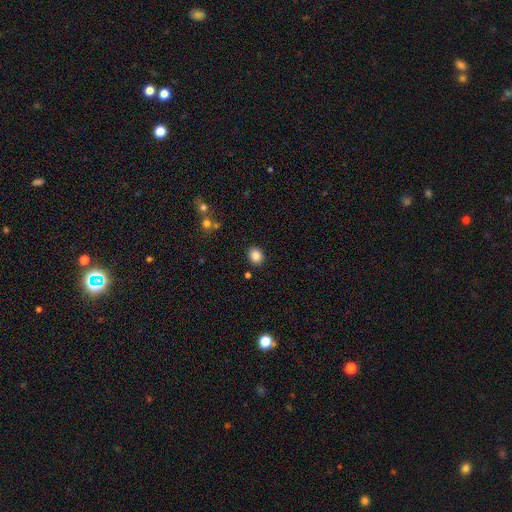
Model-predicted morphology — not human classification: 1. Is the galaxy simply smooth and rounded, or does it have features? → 85% smooth, 10% star or artifact, 5% featured or disk.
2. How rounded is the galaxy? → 74% round, 25% in between, 1% cigar-shaped.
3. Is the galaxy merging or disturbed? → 88% none, 7% minor disturbance, 2% merger, 2% major disturbance.